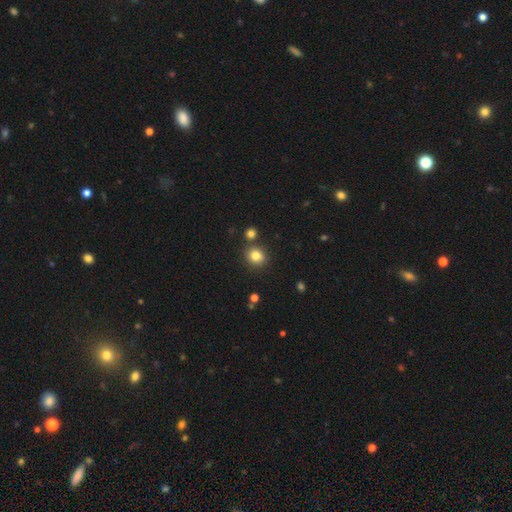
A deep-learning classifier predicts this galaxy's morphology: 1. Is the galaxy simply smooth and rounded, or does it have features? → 82% smooth, 12% star or artifact, 6% featured or disk.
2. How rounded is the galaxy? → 77% round, 22% in between, 1% cigar-shaped.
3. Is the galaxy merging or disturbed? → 80% none, 9% merger, 9% minor disturbance, 3% major disturbance.